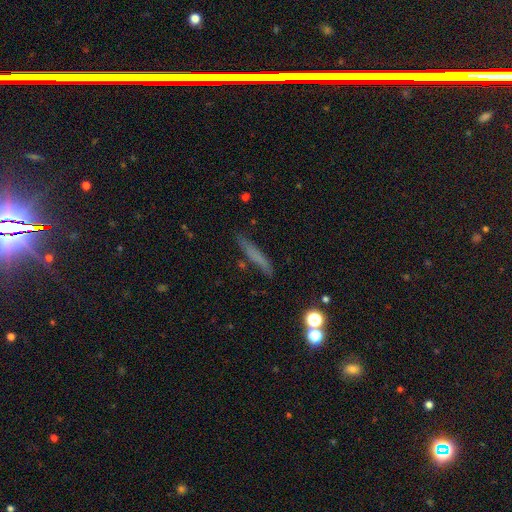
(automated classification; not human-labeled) smooth-or-featured: smooth: 64% | featured or disk: 26% | star or artifact: 10%
  how-rounded: cigar-shaped: 93% | in between: 5% | round: 2%
  merging: none: 82% | minor disturbance: 12% | major disturbance: 3% | merger: 3%